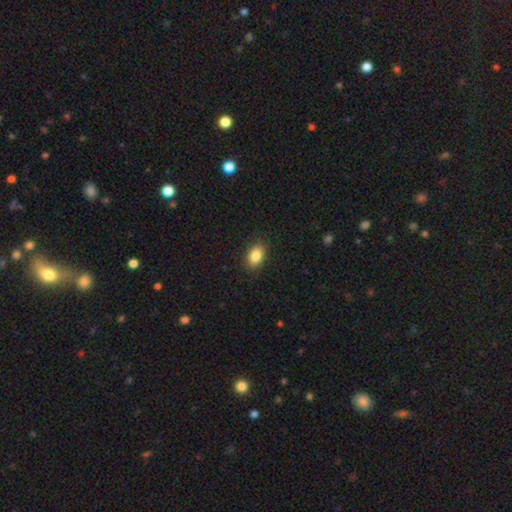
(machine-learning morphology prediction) type=smooth (86%); roundness=in between (84%); merging=none (88%).